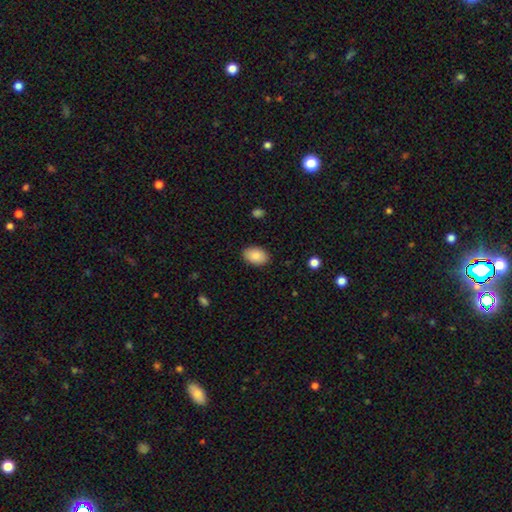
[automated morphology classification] A smooth galaxy with no disk features (87%) that is in between round and cigar-shaped (88%).

Vote fractions:
- Smooth or featured? smooth: 87% / star or artifact: 7% / featured or disk: 6%
- How rounded? in between: 88% / round: 11% / cigar-shaped: 1%
- Merging? none: 88% / minor disturbance: 9% / major disturbance: 2% / merger: 1%